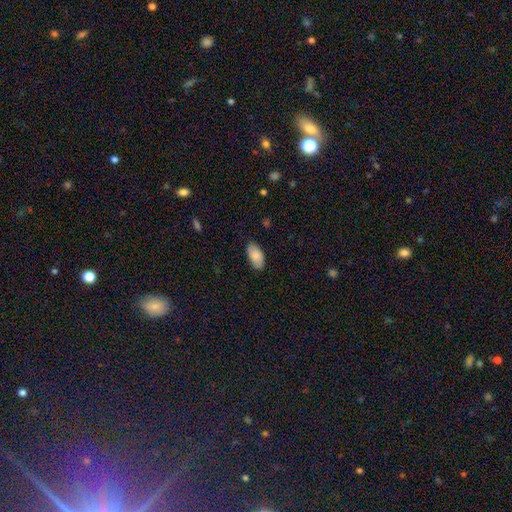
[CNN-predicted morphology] smooth_or_featured: smooth (p=0.85) [alt: featured or disk p=0.09]
how_rounded: in between (p=0.95) [alt: cigar-shaped p=0.03]
merging: none (p=0.81) [alt: minor disturbance p=0.15]